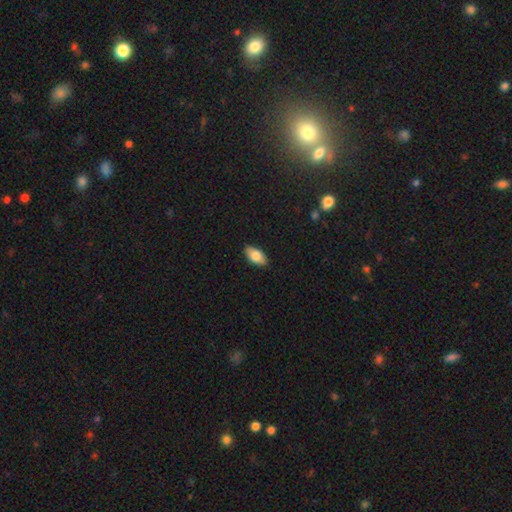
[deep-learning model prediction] Q: Smooth or featured?
A: smooth (81%); runner-up: featured or disk (12%)
Q: How rounded?
A: in between (92%); runner-up: cigar-shaped (5%)
Q: Merging?
A: none (89%); runner-up: minor disturbance (9%)